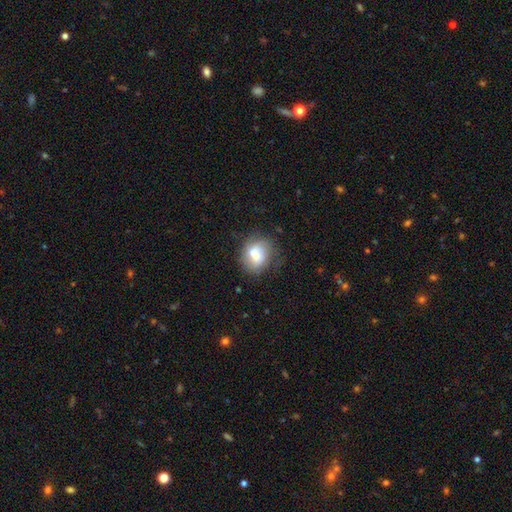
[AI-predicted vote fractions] smooth-or-featured: smooth: 59% | featured or disk: 32% | star or artifact: 9%
  how-rounded: round: 61% | in between: 38% | cigar-shaped: 1%
  merging: none: 53% | minor disturbance: 23% | merger: 13% | major disturbance: 11%